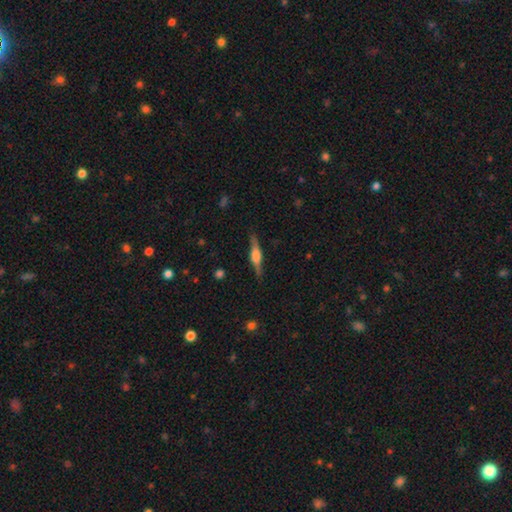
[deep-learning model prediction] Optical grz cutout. It shows a featured or disk galaxy (70%) viewed edge-on (97%) with a rounded central bulge (75%). Merging: none (87%).